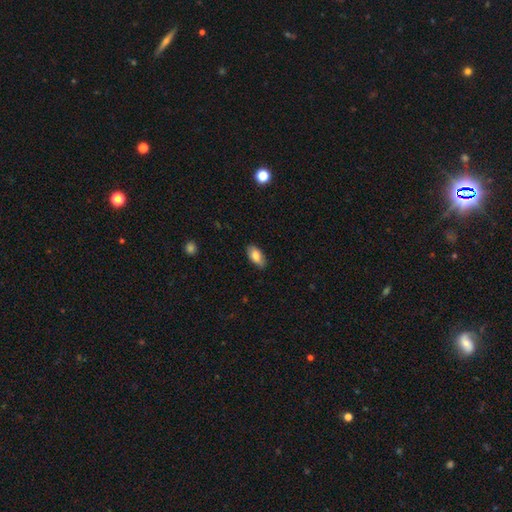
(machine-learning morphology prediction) Smooth or featured?
  - smooth: 83% *
  - featured or disk: 11%
  - star or artifact: 7%
How rounded?
  - in between: 91% *
  - cigar-shaped: 6%
  - round: 3%
Merging?
  - none: 85% *
  - minor disturbance: 12%
  - major disturbance: 2%
  - merger: 1%